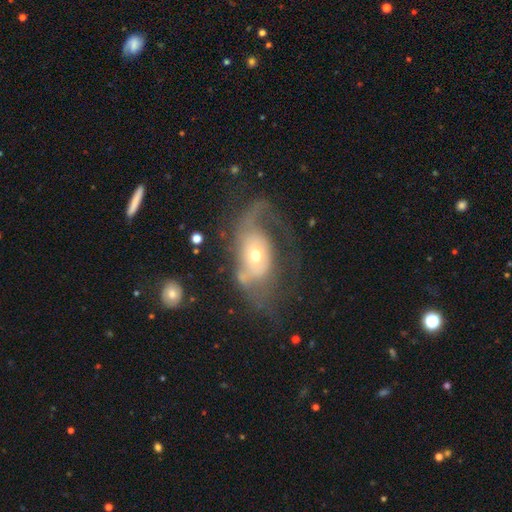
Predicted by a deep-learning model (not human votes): Smooth or featured: featured or disk — 67% (smooth — 25%)
Edge-on disk: no — 94% (yes — 6%)
Bar: no — 74% (weak — 20%)
Spiral arms: yes — 71% (no — 29%)
Bulge size: moderate — 51% (small — 40%)
Merging: major disturbance — 50% (none — 27%)